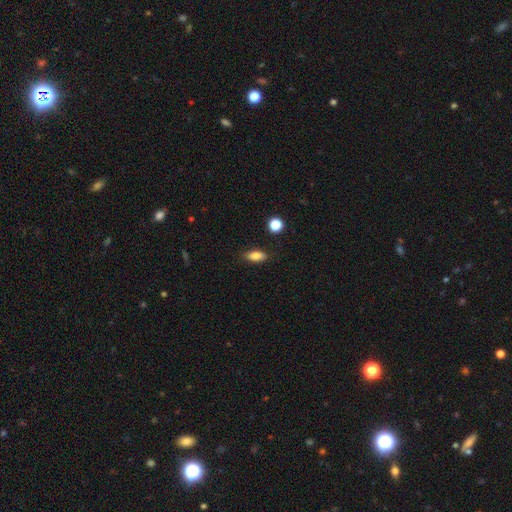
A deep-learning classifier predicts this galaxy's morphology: Smooth or featured: smooth — 83% (star or artifact — 9%)
How rounded: in between — 81% (cigar-shaped — 13%)
Merging: none — 84% (minor disturbance — 11%)